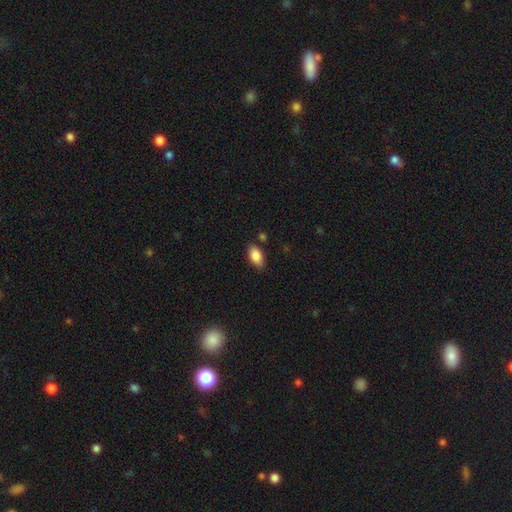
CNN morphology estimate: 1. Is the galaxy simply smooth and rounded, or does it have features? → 87% smooth, 7% star or artifact, 5% featured or disk.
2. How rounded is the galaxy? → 92% in between, 4% round, 4% cigar-shaped.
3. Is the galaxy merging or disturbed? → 81% none, 13% minor disturbance, 3% merger, 3% major disturbance.